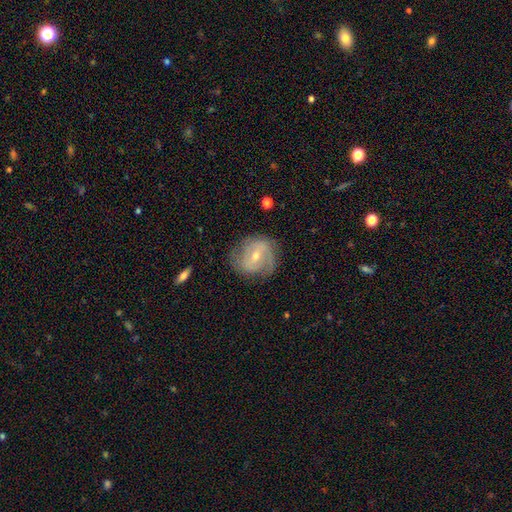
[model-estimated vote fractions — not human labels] This is likely a featured or disk galaxy (80%). It is clearly not viewed edge-on (97%). Bar: possibly weak (48%). Spiral arm pattern: clearly yes (92%). Spiral arm count: likely 2 (60%). Spiral winding: possibly tight (46%). Central bulge: possibly small (50%). Merging: likely none (73%).